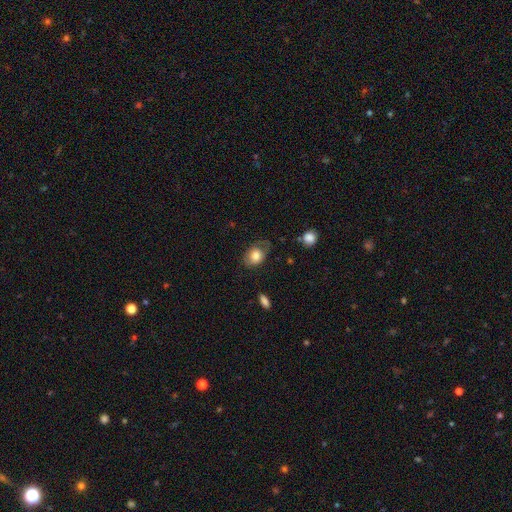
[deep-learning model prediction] The model was most divided on "merging": none: 58%, minor disturbance: 28%, major disturbance: 12%, merger: 2%. More confident: smooth or featured — smooth (75%); how rounded — in between (73%).